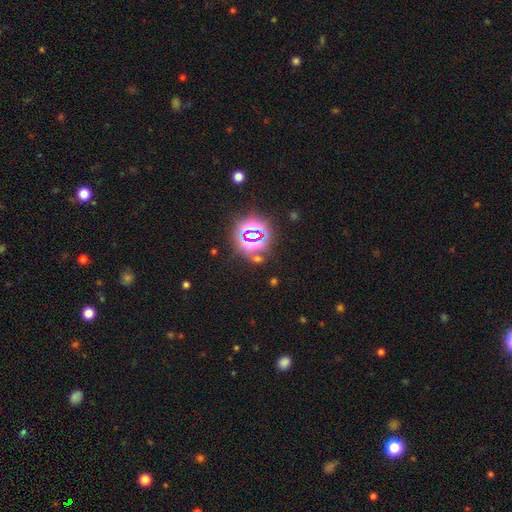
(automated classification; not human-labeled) A star or artifact, not a galaxy (76%).

Vote fractions:
- Smooth or featured? star or artifact: 76% / smooth: 15% / featured or disk: 9%